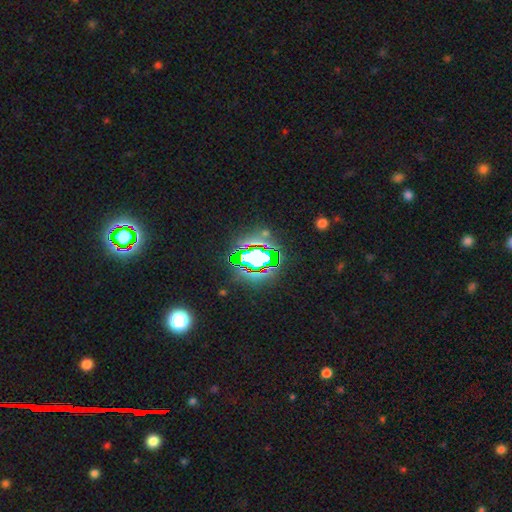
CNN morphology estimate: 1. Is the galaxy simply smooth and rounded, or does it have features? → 70% star or artifact, 17% smooth, 13% featured or disk.